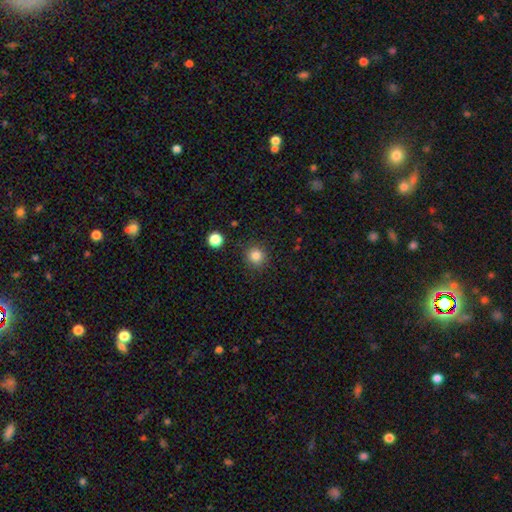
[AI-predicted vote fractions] This is clearly a smooth galaxy (83%). How rounded: clearly round (93%). Merging: clearly none (90%).